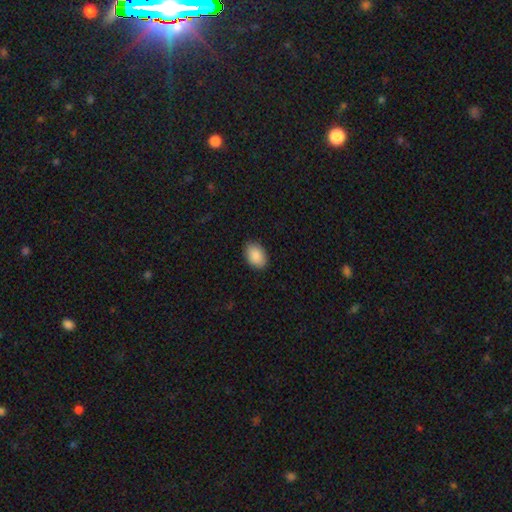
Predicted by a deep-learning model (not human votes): A smooth galaxy with no disk features (89%) that is in between round and cigar-shaped (86%).

Vote fractions:
- Smooth or featured? smooth: 89% / star or artifact: 7% / featured or disk: 4%
- How rounded? in between: 86% / round: 13% / cigar-shaped: 1%
- Merging? none: 88% / minor disturbance: 9% / major disturbance: 2% / merger: 1%